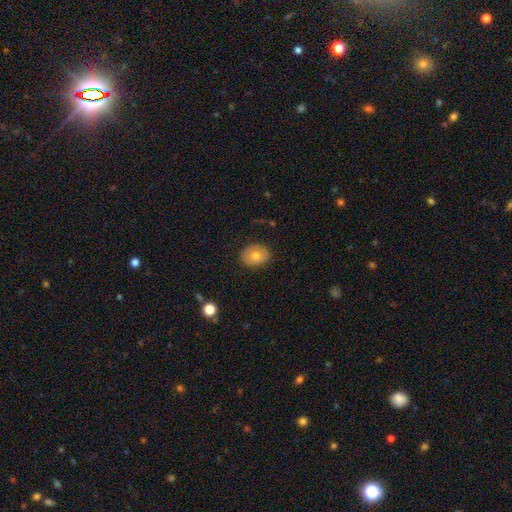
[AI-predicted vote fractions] smooth-or-featured: smooth: 73% | featured or disk: 18% | star or artifact: 9%
  how-rounded: in between: 57% | round: 42% | cigar-shaped: 1%
  merging: none: 86% | minor disturbance: 10% | major disturbance: 2% | merger: 1%